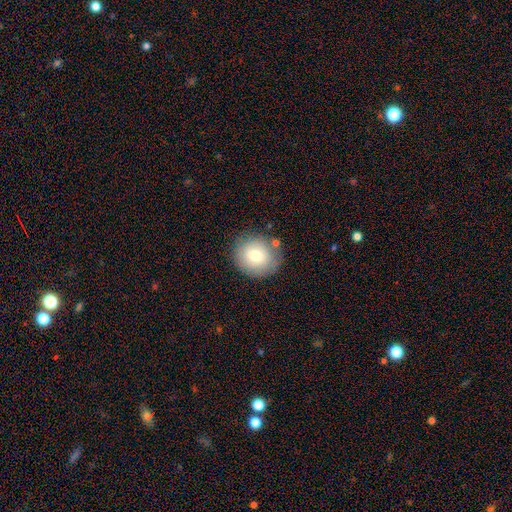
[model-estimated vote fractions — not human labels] This appears to be a smooth galaxy with no disk features (73%) that is round (81%). Merging: none (80%).